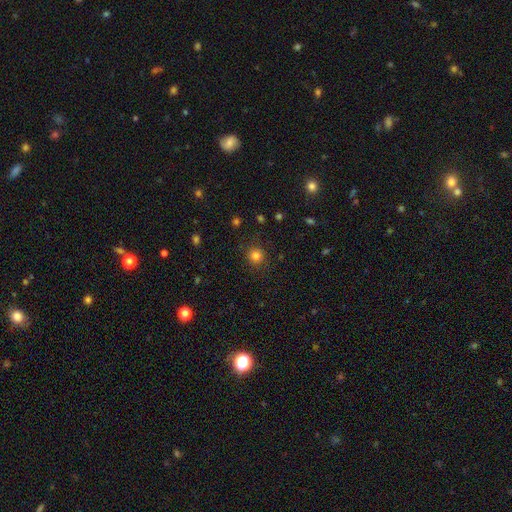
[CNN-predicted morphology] A smooth galaxy with no disk features (81%) that is round (92%). Merging: none (87%).